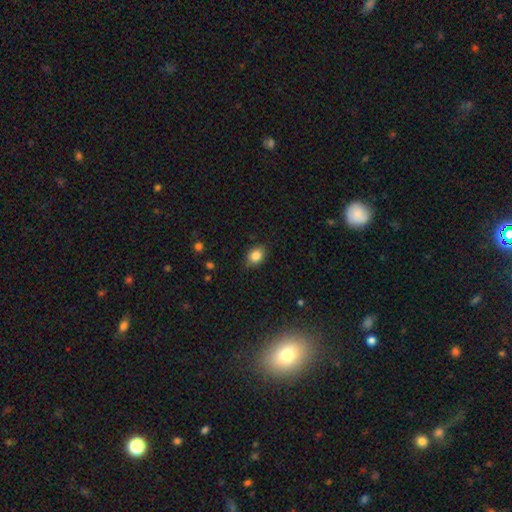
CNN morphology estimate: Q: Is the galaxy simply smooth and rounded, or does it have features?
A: smooth — 85%.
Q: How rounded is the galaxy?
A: in between — 62%.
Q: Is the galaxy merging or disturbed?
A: none — 82%.